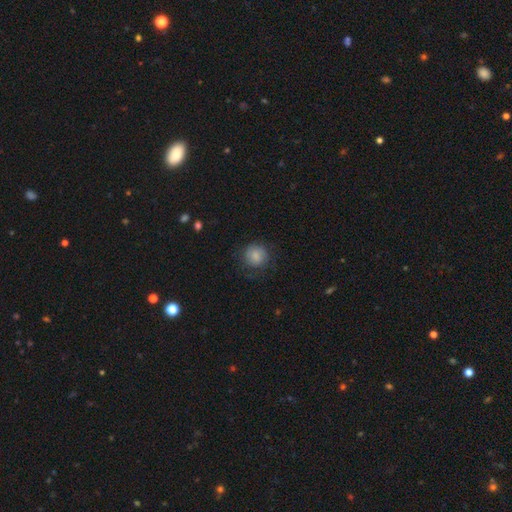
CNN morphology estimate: Smooth or featured? smooth (82%)
How rounded? round (88%)
Merging? none (74%)